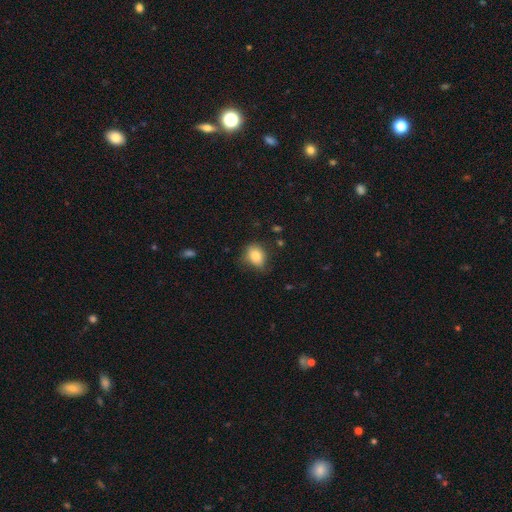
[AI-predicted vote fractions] Q: Smooth or featured?
A: smooth (83%); runner-up: star or artifact (9%)
Q: How rounded?
A: in between (57%); runner-up: round (41%)
Q: Merging?
A: none (64%); runner-up: minor disturbance (28%)